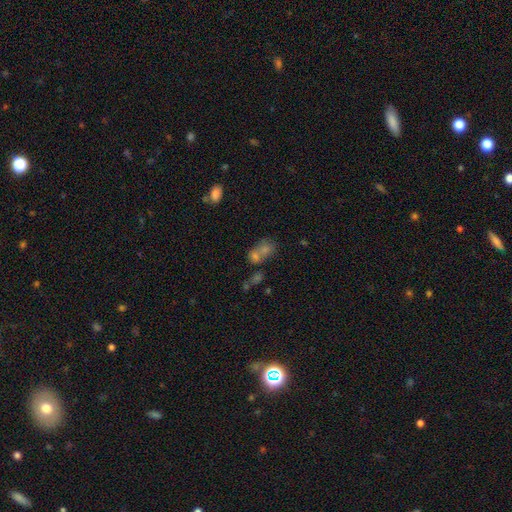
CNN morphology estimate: Smooth or featured? smooth (61%)
How rounded? in between (49%)
Merging? merger (60%)